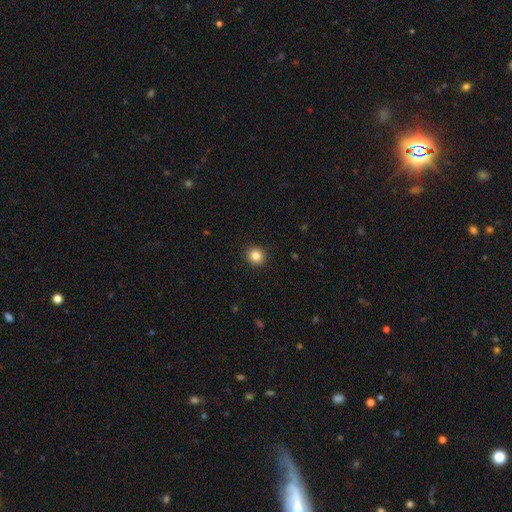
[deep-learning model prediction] Q: Smooth or featured?
A: smooth (84%); runner-up: star or artifact (11%)
Q: How rounded?
A: round (89%); runner-up: in between (10%)
Q: Merging?
A: none (92%); runner-up: minor disturbance (5%)